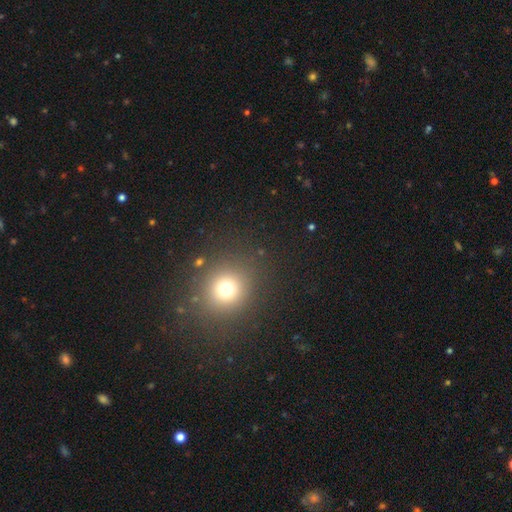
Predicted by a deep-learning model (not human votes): smooth_or_featured: smooth (p=0.62) [alt: star or artifact p=0.31]
how_rounded: round (p=0.81) [alt: in between p=0.18]
merging: none (p=0.90) [alt: minor disturbance p=0.06]